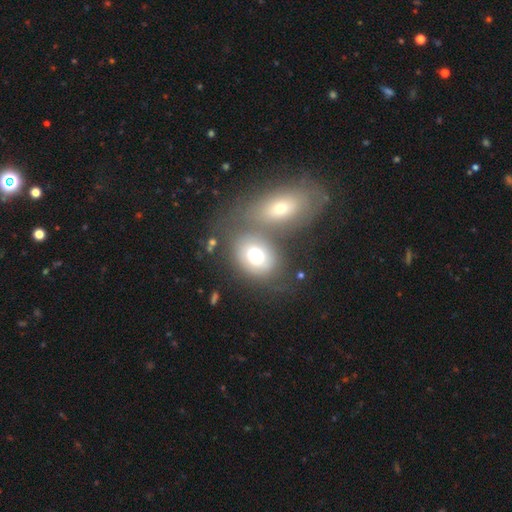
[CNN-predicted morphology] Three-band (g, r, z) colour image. It shows a smooth galaxy with no disk features (65%) that is in between round and cigar-shaped (69%). Merging: merger (48%).